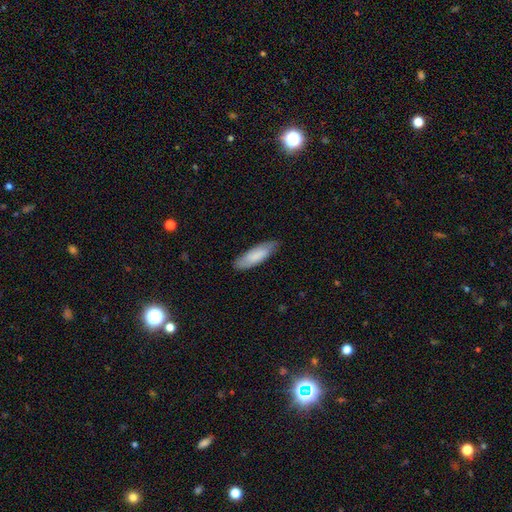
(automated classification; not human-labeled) Overall: smooth (79%). How rounded: in between (49%, tied with cigar-shaped). Merging: none (84%).